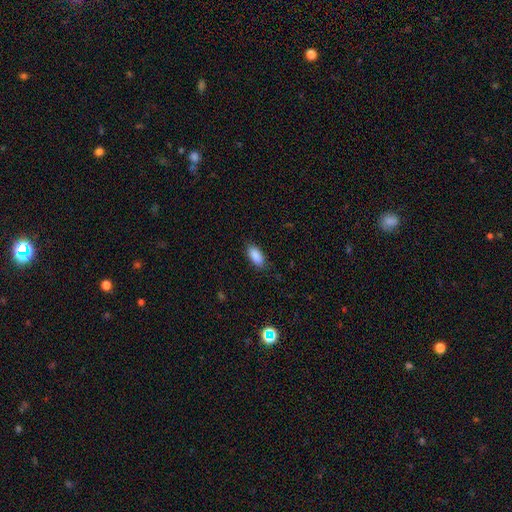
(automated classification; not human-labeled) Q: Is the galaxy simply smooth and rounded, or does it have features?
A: smooth — 89%.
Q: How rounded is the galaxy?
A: in between — 90%.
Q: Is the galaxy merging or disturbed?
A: none — 85%.